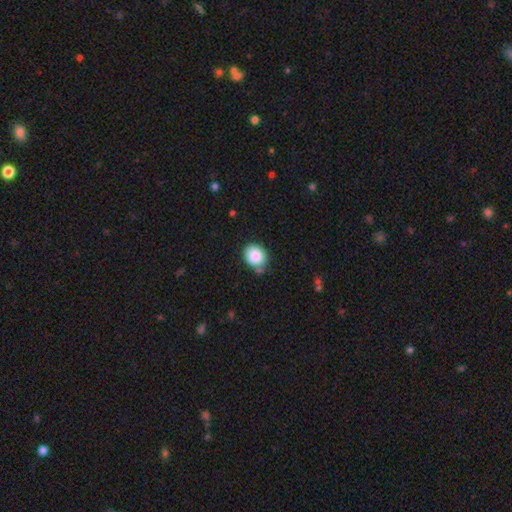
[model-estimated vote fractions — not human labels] Morphology: type=smooth (87%); roundness=round (61%); merging=none (70%).